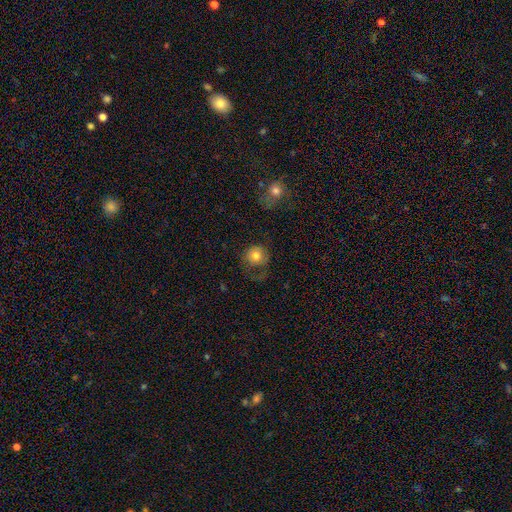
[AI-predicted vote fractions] smooth_or_featured: smooth (p=0.73) [alt: featured or disk p=0.18]
how_rounded: round (p=0.87) [alt: in between p=0.12]
merging: none (p=0.50) [alt: major disturbance p=0.27]